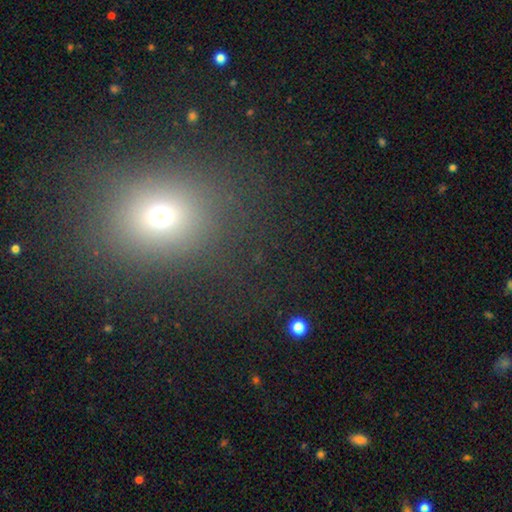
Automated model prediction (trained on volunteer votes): This appears to be a smooth galaxy with no disk features (58%) that is round (65%). Merging: none (81%).